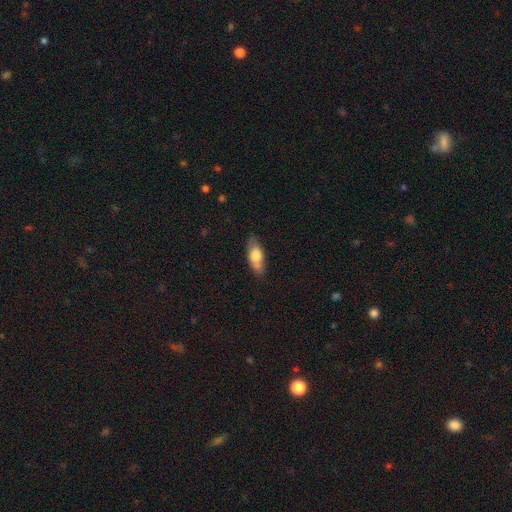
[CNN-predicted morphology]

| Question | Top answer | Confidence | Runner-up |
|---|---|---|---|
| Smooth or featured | smooth | 66% | featured or disk (28%) |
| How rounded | in between | 74% | cigar-shaped (23%) |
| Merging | none | 71% | minor disturbance (21%) |